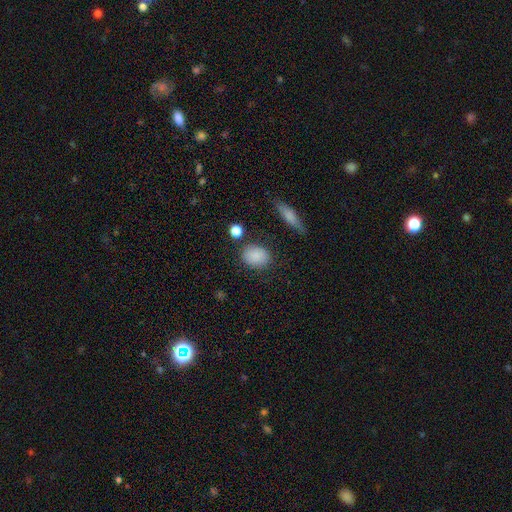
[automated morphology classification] Overall: smooth (86%). How rounded: in between (65%; round 33%). Merging: none (78%).